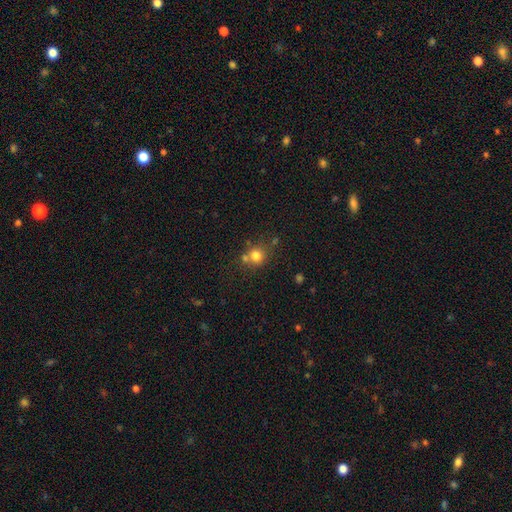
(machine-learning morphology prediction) A smooth galaxy with no disk features (77%) that is round (85%).

Vote fractions:
- Smooth or featured? smooth: 77% / star or artifact: 13% / featured or disk: 10%
- How rounded? round: 85% / in between: 14% / cigar-shaped: 1%
- Merging? none: 59% / merger: 26% / minor disturbance: 11% / major disturbance: 4%